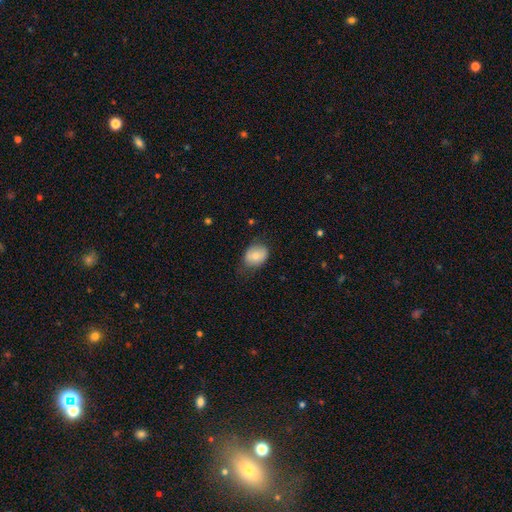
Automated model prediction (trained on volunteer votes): smooth-or-featured: smooth: 75% | featured or disk: 17% | star or artifact: 8%
  how-rounded: in between: 64% | round: 35% | cigar-shaped: 1%
  merging: none: 62% | minor disturbance: 29% | major disturbance: 8% | merger: 1%